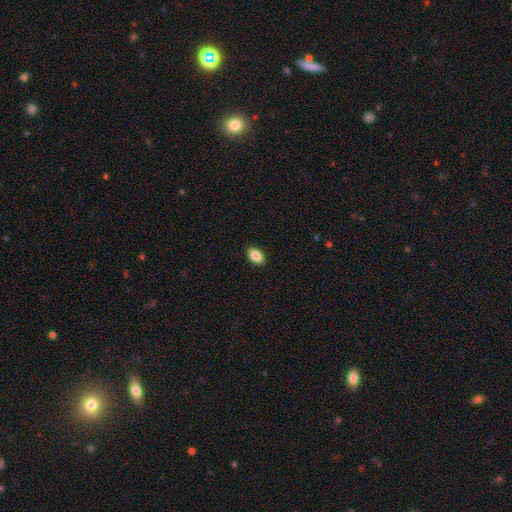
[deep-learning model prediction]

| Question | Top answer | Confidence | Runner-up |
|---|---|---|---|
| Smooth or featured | smooth | 86% | star or artifact (8%) |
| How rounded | in between | 90% | round (8%) |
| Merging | none | 89% | minor disturbance (8%) |